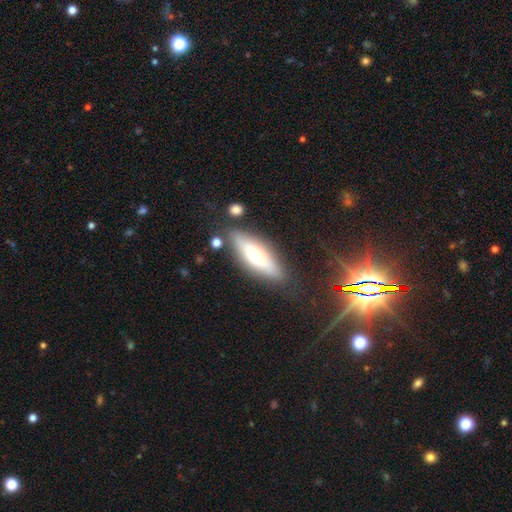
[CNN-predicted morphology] This is possibly a smooth galaxy (55%). How rounded: possibly in between (53%). Merging: likely none (78%).